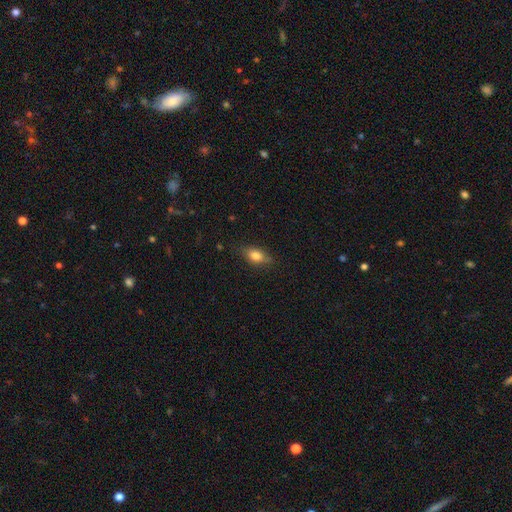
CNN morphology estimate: Smooth or featured? smooth (78%)
How rounded? in between (82%)
Merging? none (75%)